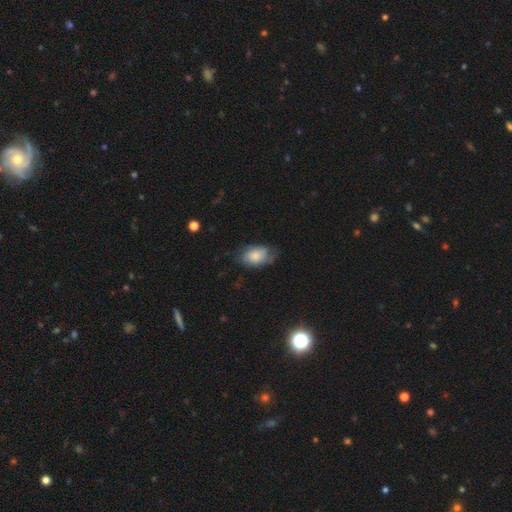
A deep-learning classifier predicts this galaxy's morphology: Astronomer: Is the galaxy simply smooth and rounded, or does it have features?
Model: smooth — 68%.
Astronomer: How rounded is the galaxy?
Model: in between — 88%.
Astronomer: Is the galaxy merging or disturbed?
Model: none — 51% (runner-up: minor disturbance, 33%).